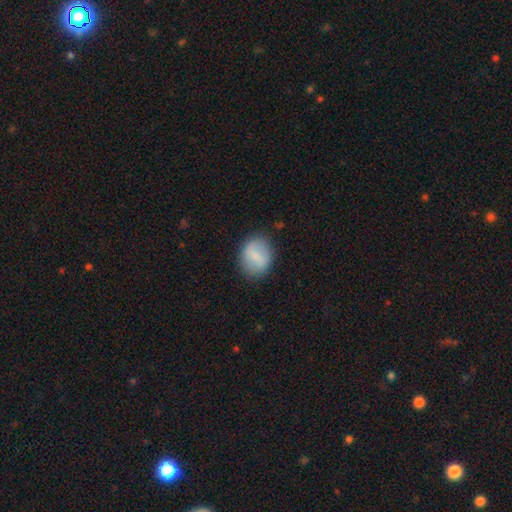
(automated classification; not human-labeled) Smooth or featured? Predicted: smooth (p=0.72). How rounded? Predicted: round (p=0.56). Merging? Predicted: none (p=0.82).